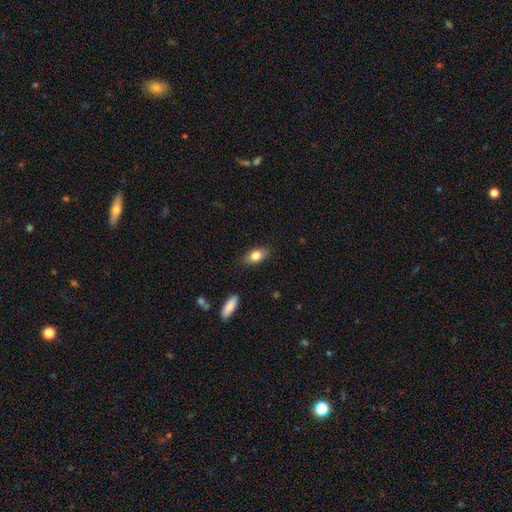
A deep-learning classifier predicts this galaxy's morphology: Smooth or featured? Predicted: smooth (p=0.79). How rounded? Predicted: in between (p=0.86). Merging? Predicted: none (p=0.85).